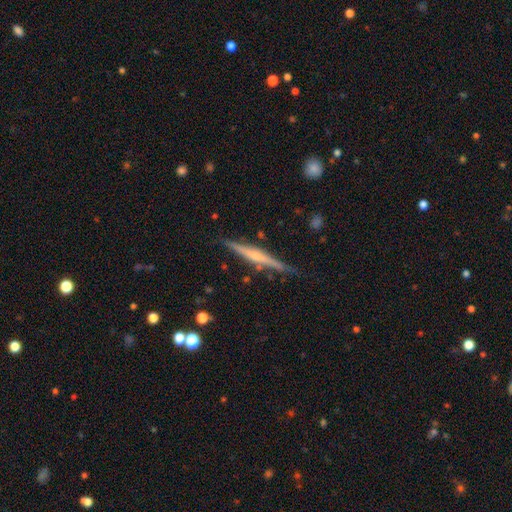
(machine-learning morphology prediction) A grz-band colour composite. It shows a featured or disk galaxy (67%) viewed edge-on (97%) with a rounded central bulge (58%). Merging: none (82%).